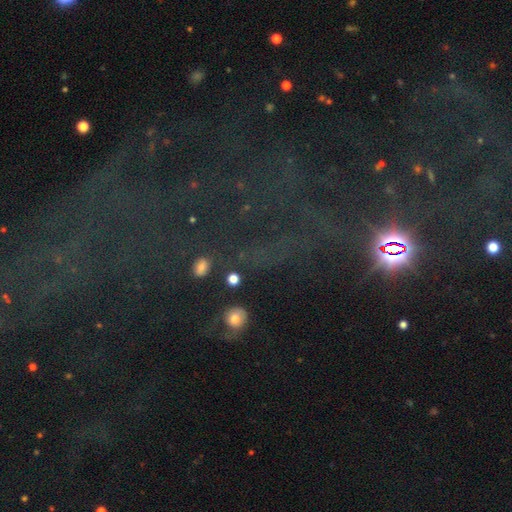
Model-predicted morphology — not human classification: The model was most divided on "smooth or featured": star or artifact: 68%, smooth: 20%, featured or disk: 12%.